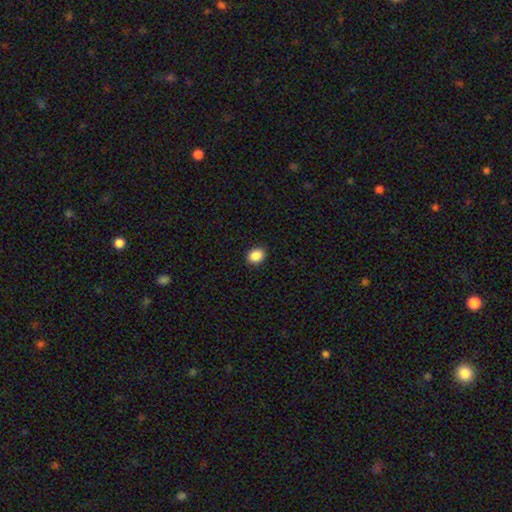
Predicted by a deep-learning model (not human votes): smooth 88%, star or artifact 9%, featured or disk 3%. Down the decision tree: how rounded — round (51%); merging — none (91%).